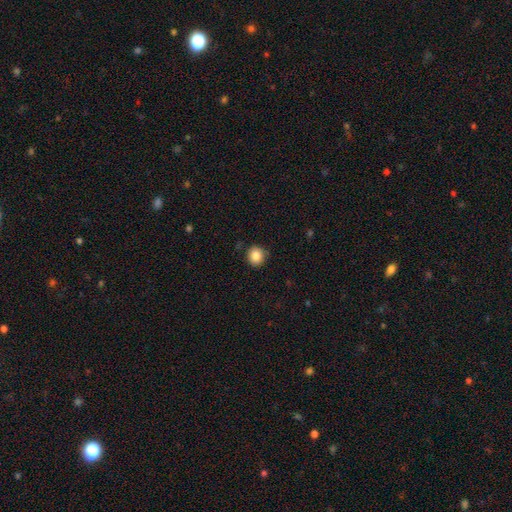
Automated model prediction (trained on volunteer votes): This is clearly a smooth galaxy (85%). How rounded: clearly round (89%). Merging: clearly none (87%).